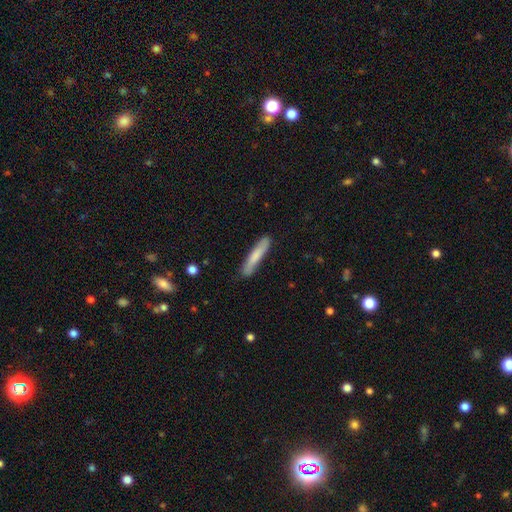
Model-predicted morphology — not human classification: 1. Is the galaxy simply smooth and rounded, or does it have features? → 73% smooth, 22% featured or disk, 5% star or artifact.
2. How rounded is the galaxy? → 93% cigar-shaped, 6% in between, 1% round.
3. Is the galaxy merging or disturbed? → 84% none, 12% minor disturbance, 2% major disturbance, 2% merger.